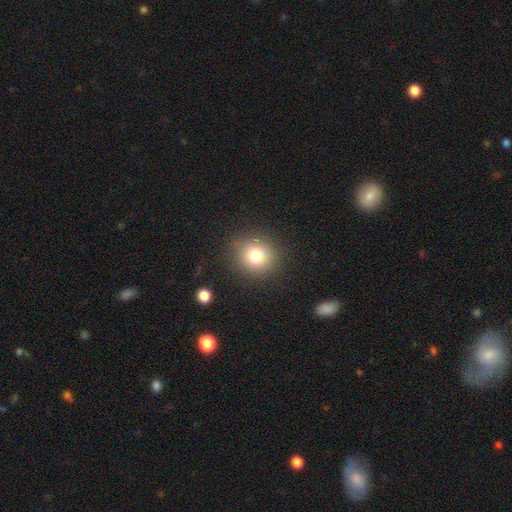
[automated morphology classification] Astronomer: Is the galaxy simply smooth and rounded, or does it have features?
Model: smooth — 78%.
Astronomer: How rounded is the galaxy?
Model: round — 87%.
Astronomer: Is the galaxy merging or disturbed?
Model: none — 87%.